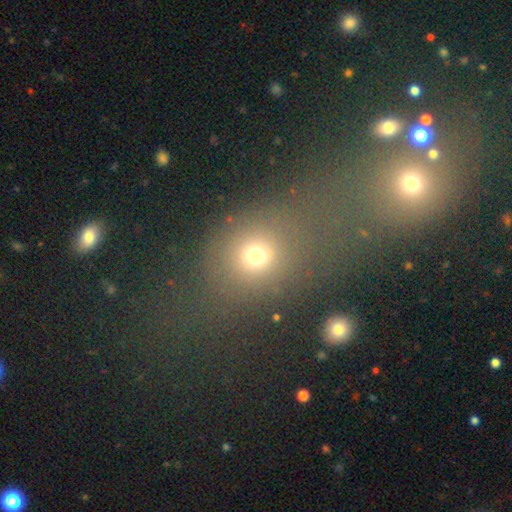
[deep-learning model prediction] Smooth or featured?
  - smooth: 68% *
  - star or artifact: 21%
  - featured or disk: 11%
How rounded?
  - round: 73% *
  - in between: 25%
  - cigar-shaped: 2%
Merging?
  - none: 67% *
  - merger: 12%
  - minor disturbance: 12%
  - major disturbance: 10%